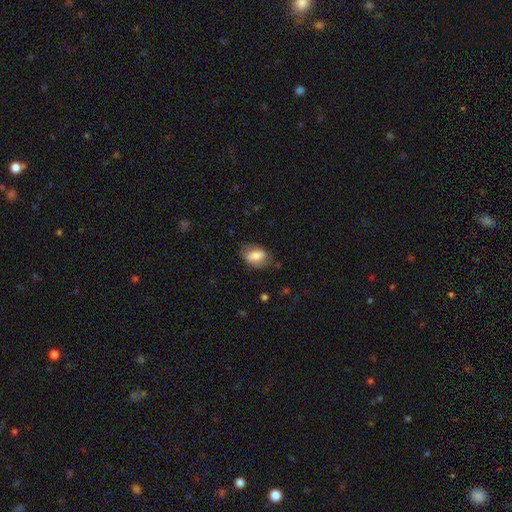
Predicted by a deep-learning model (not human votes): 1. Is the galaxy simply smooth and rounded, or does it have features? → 75% smooth, 18% featured or disk, 7% star or artifact.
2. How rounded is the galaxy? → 84% in between, 15% round, 2% cigar-shaped.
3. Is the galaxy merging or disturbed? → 67% none, 24% minor disturbance, 8% major disturbance, 1% merger.